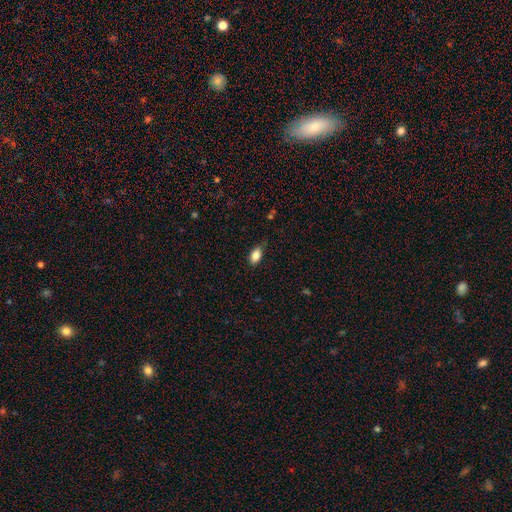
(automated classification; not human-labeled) Smooth or featured? Predicted: smooth (p=0.85). How rounded? Predicted: in between (p=0.89). Merging? Predicted: none (p=0.76).